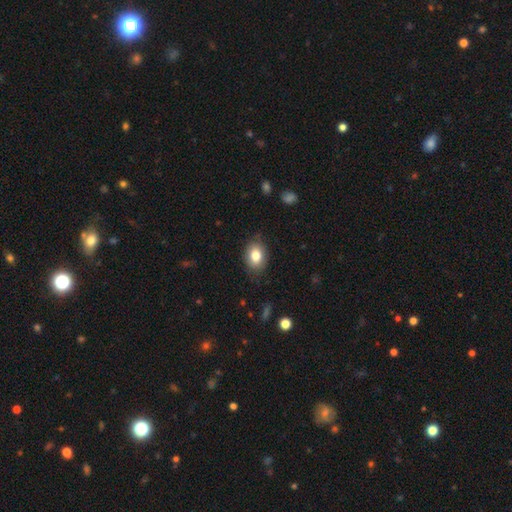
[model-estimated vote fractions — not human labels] smooth-or-featured: smooth: 81% | featured or disk: 10% | star or artifact: 8%
  how-rounded: in between: 73% | round: 26% | cigar-shaped: 1%
  merging: none: 81% | minor disturbance: 15% | major disturbance: 3% | merger: 1%